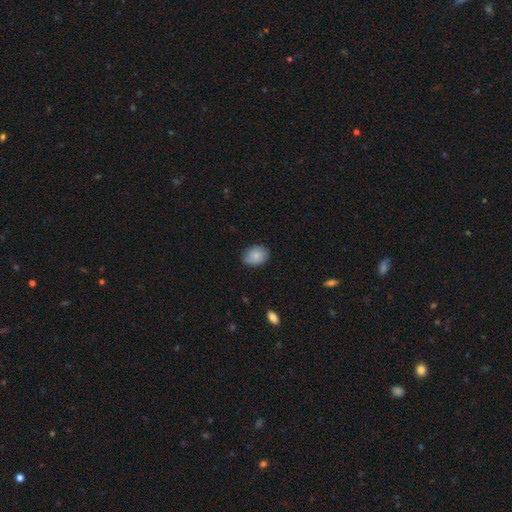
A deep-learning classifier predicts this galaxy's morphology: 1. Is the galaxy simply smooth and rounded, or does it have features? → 83% smooth, 10% featured or disk, 7% star or artifact.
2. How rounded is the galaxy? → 70% in between, 29% round, 1% cigar-shaped.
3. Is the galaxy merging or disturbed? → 79% none, 17% minor disturbance, 3% major disturbance, 1% merger.